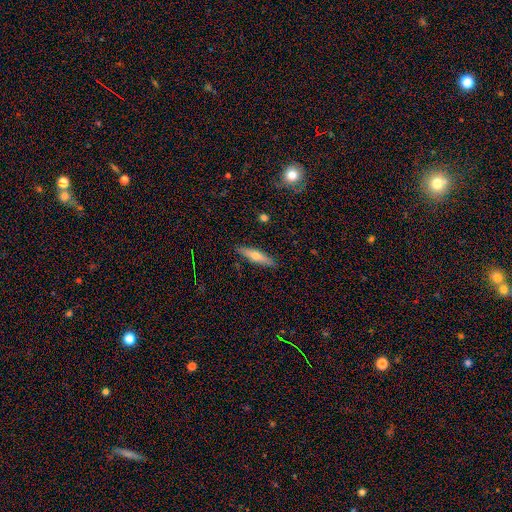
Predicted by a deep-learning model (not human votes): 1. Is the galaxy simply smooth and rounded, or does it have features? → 55% smooth, 39% featured or disk, 7% star or artifact.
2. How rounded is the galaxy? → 76% cigar-shaped, 22% in between, 2% round.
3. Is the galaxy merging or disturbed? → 89% none, 8% minor disturbance, 2% major disturbance, 1% merger.